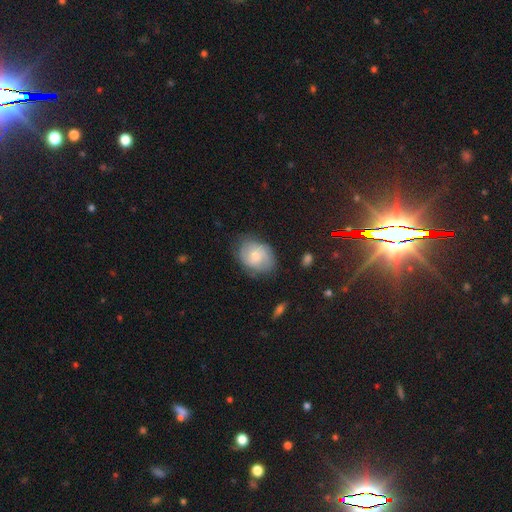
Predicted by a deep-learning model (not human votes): Smooth or featured?
  - smooth: 50% *
  - featured or disk: 43%
  - star or artifact: 7%
How rounded?
  - in between: 62% *
  - round: 37%
  - cigar-shaped: 1%
Merging?
  - none: 69% *
  - minor disturbance: 22%
  - major disturbance: 7%
  - merger: 2%